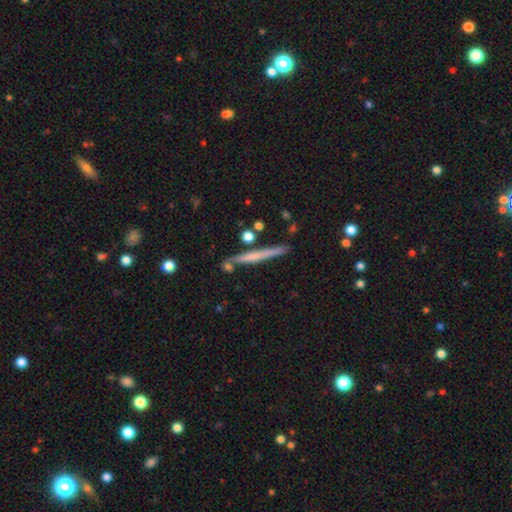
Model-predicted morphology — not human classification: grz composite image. It shows a featured or disk galaxy (48%). Merging: none (83%).